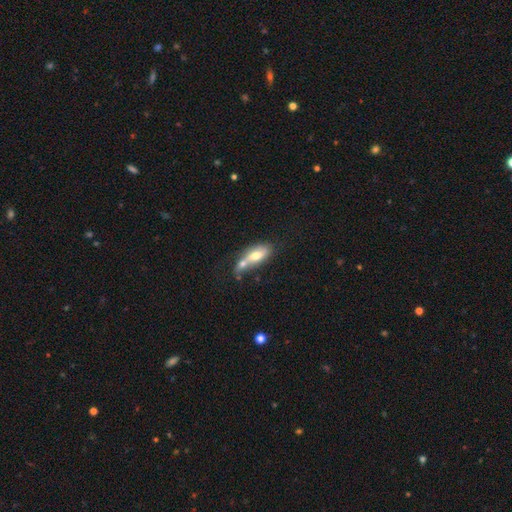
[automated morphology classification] A smooth galaxy with no disk features (61%) that is in between round and cigar-shaped (75%). Merging: merger (49%).